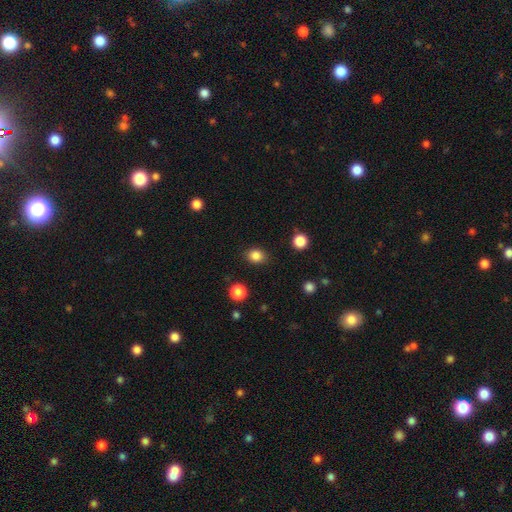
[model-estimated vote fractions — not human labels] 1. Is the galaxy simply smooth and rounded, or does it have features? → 85% smooth, 11% star or artifact, 4% featured or disk.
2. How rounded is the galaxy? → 56% round, 43% in between, 1% cigar-shaped.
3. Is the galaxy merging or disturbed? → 87% none, 9% minor disturbance, 3% major disturbance, 2% merger.